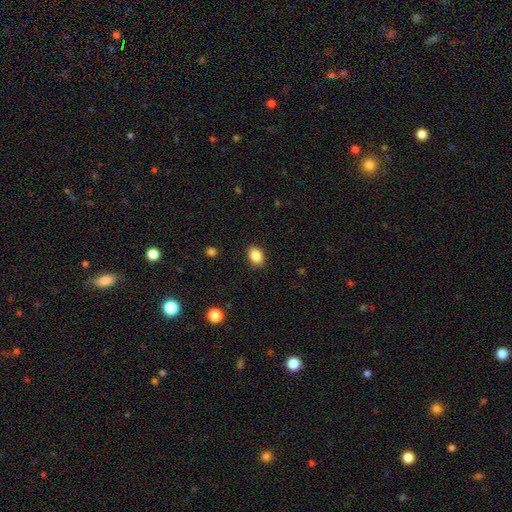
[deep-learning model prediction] smooth_or_featured: smooth (p=0.87) [alt: star or artifact p=0.09]
how_rounded: in between (p=0.76) [alt: round p=0.23]
merging: none (p=0.88) [alt: minor disturbance p=0.09]